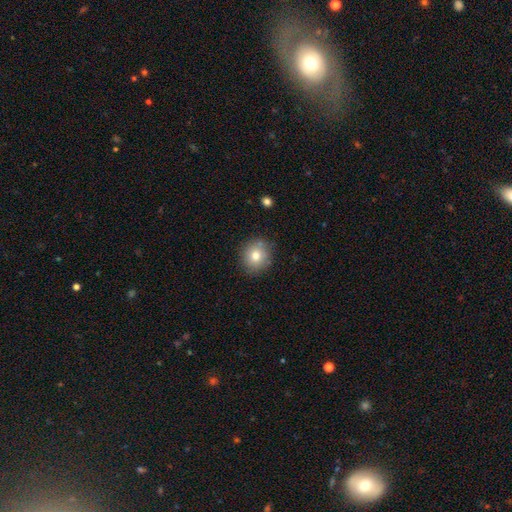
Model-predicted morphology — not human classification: Smooth or featured? smooth (77%)
How rounded? round (83%)
Merging? none (82%)